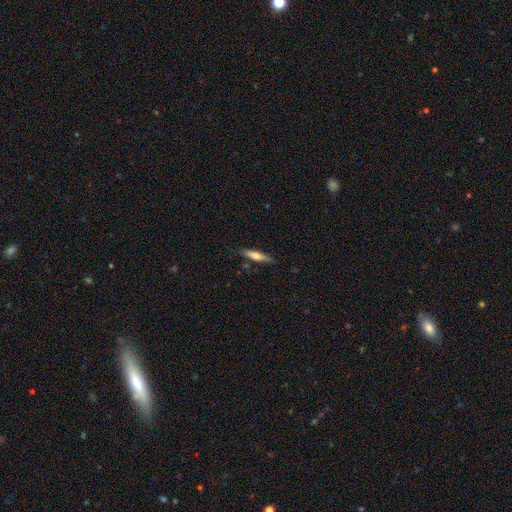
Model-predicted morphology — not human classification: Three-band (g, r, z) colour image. It shows a smooth galaxy with no disk features (55%) that is cigar-shaped (84%). Merging: none (84%).